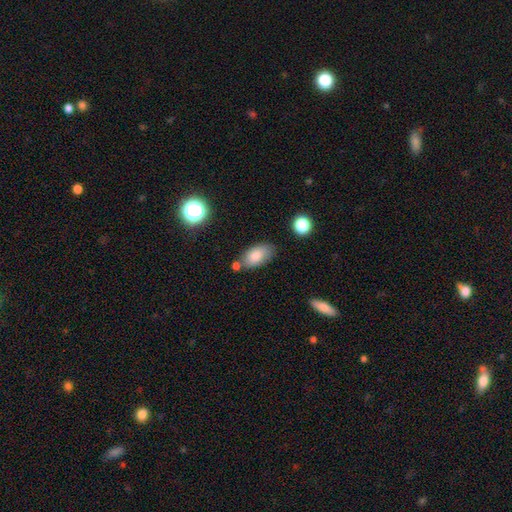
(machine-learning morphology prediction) A smooth galaxy with no disk features (82%) that is in between round and cigar-shaped (92%). Merging: none (65%).